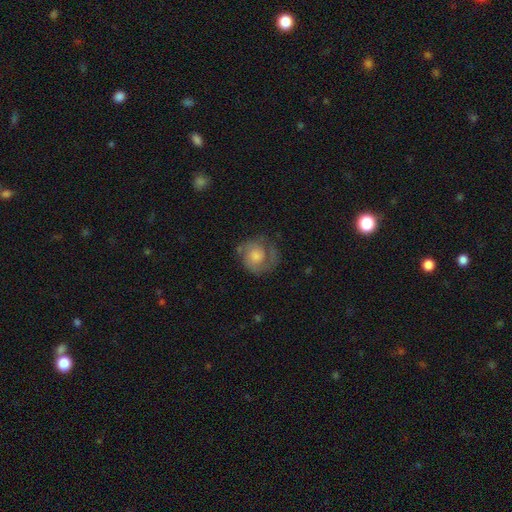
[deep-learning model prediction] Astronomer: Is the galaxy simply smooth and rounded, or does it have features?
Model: featured or disk — 60%.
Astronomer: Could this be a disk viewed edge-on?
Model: no — 97%.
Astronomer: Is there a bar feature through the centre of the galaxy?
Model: no — 74%.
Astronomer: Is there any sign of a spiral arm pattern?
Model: yes — 86%.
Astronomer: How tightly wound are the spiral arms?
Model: tight — 47% (runner-up: medium, 38%).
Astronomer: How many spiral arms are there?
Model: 2 — 54%.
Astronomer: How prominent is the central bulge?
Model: moderate — 42% (runner-up: small, 25%).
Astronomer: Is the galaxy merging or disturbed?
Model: none — 63%.